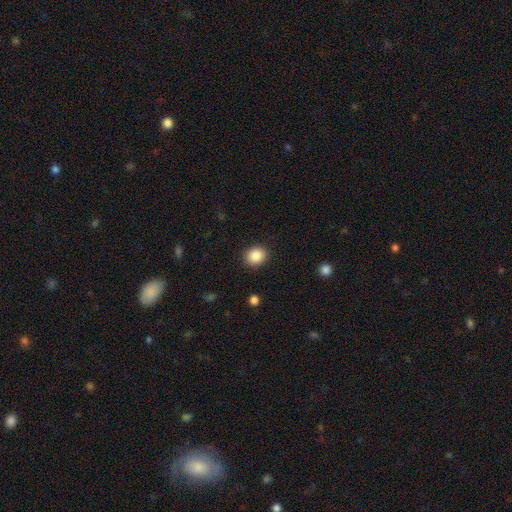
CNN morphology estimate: Smooth or featured?
  - smooth: 87% *
  - star or artifact: 9%
  - featured or disk: 4%
How rounded?
  - round: 73% *
  - in between: 26%
  - cigar-shaped: 1%
Merging?
  - none: 89% *
  - minor disturbance: 7%
  - major disturbance: 2%
  - merger: 1%